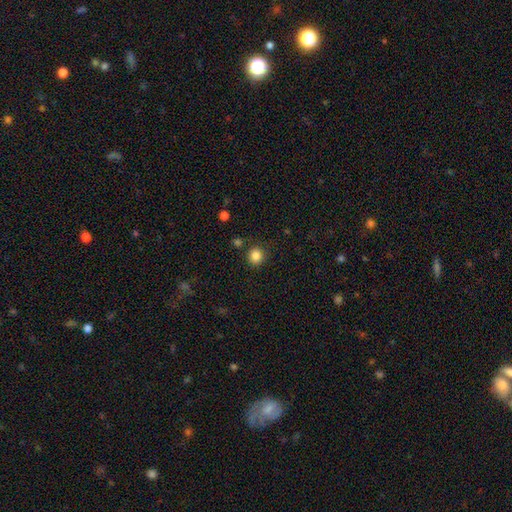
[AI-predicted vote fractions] smooth_or_featured: smooth (p=0.85) [alt: star or artifact p=0.11]
how_rounded: round (p=0.89) [alt: in between p=0.10]
merging: none (p=0.86) [alt: minor disturbance p=0.08]